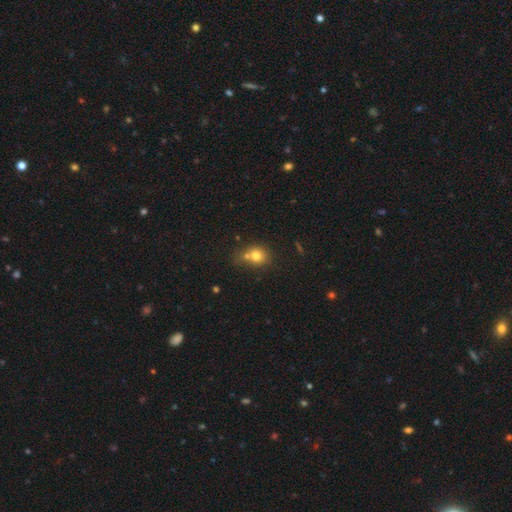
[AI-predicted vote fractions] Overall: smooth (76%). How rounded: round (76%). Merging: none (45%; merger 36%).